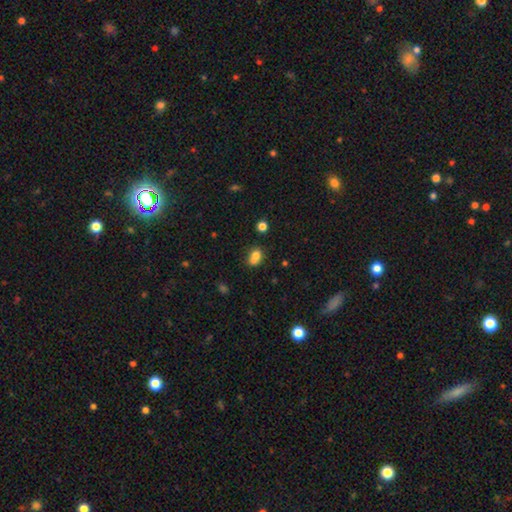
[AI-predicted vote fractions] Q: Smooth or featured?
A: smooth (75%); runner-up: featured or disk (12%)
Q: How rounded?
A: in between (58%); runner-up: round (40%)
Q: Merging?
A: none (39%); runner-up: merger (38%)